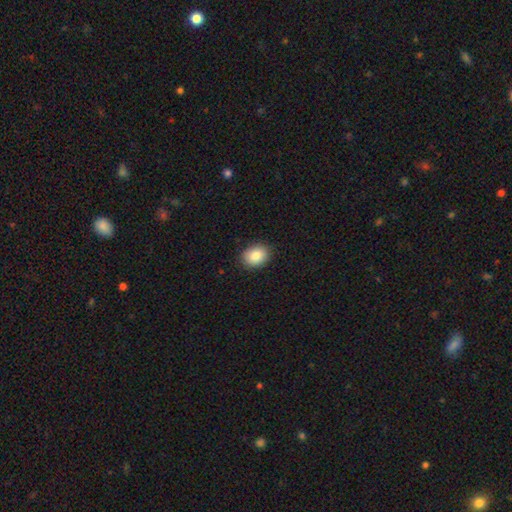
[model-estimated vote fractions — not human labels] This is clearly a smooth galaxy (85%). How rounded: likely in between (61%). Merging: clearly none (89%).